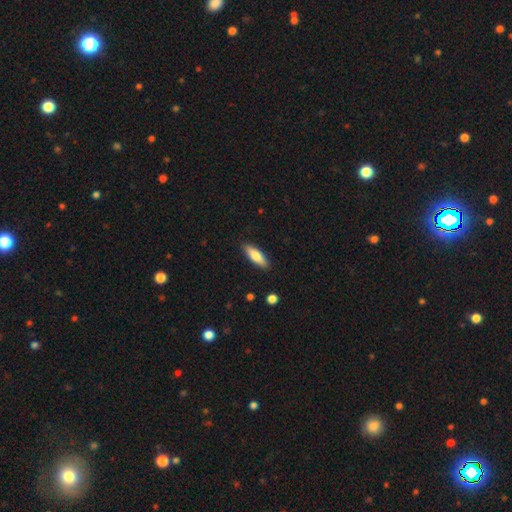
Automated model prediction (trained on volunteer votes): smooth_or_featured: smooth (p=0.77) [alt: featured or disk p=0.17]
how_rounded: in between (p=0.51) [alt: cigar-shaped p=0.47]
merging: none (p=0.88) [alt: minor disturbance p=0.09]